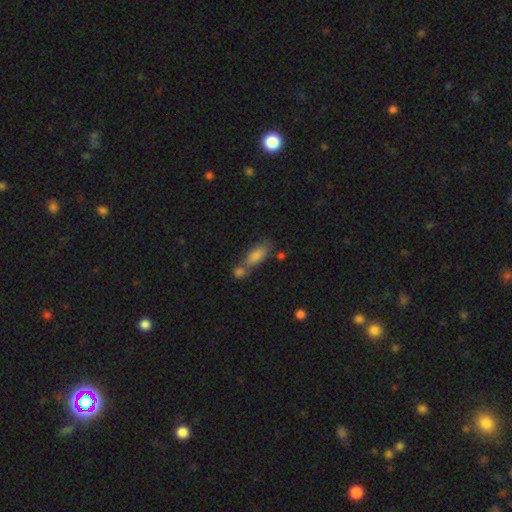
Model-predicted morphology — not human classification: A smooth galaxy with no disk features (82%) that is in between round and cigar-shaped (75%).

Vote fractions:
- Smooth or featured? smooth: 82% / featured or disk: 9% / star or artifact: 9%
- How rounded? in between: 75% / cigar-shaped: 21% / round: 3%
- Merging? none: 45% / merger: 37% / minor disturbance: 13% / major disturbance: 5%